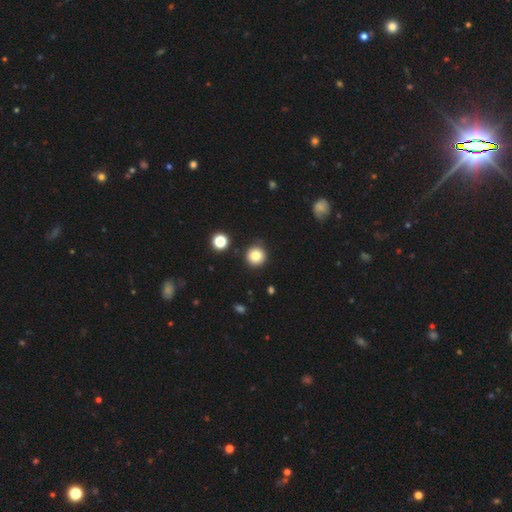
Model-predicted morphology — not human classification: A smooth galaxy with no disk features (81%) that is round (94%).

Vote fractions:
- Smooth or featured? smooth: 81% / star or artifact: 12% / featured or disk: 7%
- How rounded? round: 94% / in between: 5% / cigar-shaped: 1%
- Merging? none: 87% / minor disturbance: 8% / merger: 2% / major disturbance: 2%